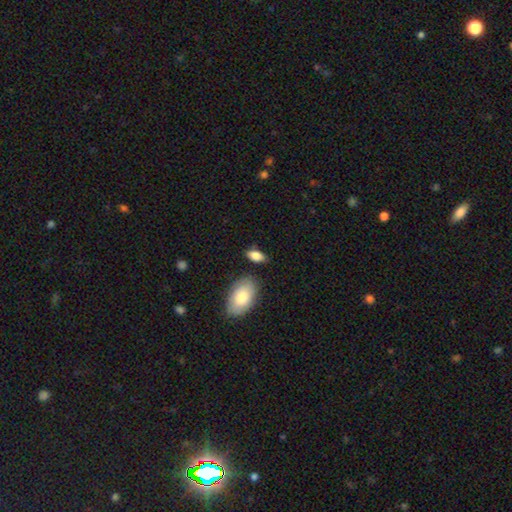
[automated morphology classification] Overall: smooth (85%). How rounded: in between (91%). Merging: none (74%).